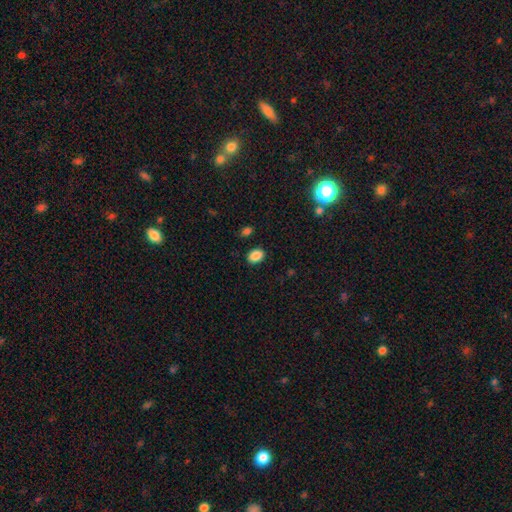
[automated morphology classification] Q: Smooth or featured?
A: smooth (87%); runner-up: star or artifact (9%)
Q: How rounded?
A: in between (74%); runner-up: round (25%)
Q: Merging?
A: none (87%); runner-up: minor disturbance (9%)